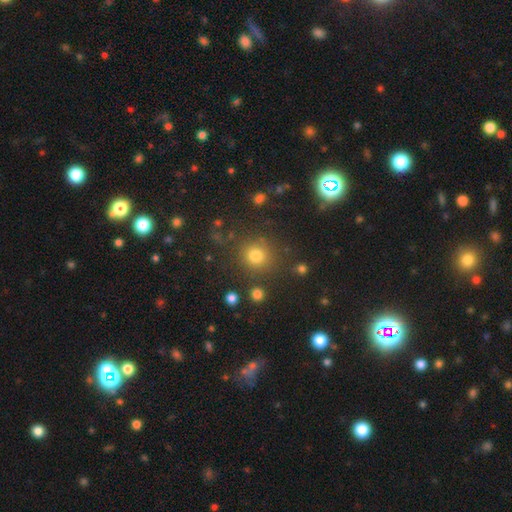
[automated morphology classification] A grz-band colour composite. It shows a smooth galaxy with no disk features (76%) that is round (92%). Merging: none (84%).